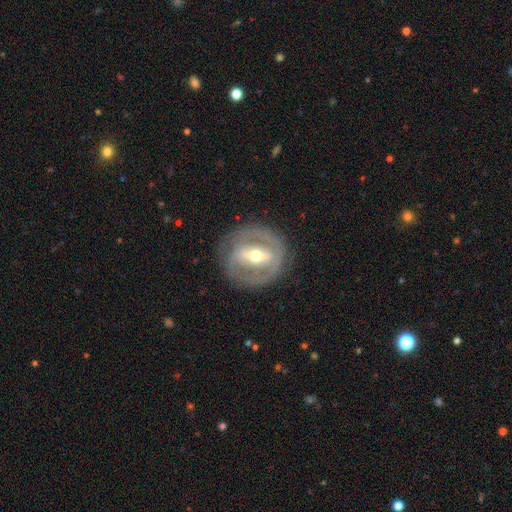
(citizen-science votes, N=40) Smooth or featured?
  - featured or disk: 75% *
  - smooth: 22%
  - star or artifact: 2%
Edge-on disk?
  - no: 97% *
  - yes: 3%
Bar?
  - strong: 52% *
  - weak: 28%
  - no: 21%
Spiral arms?
  - no: 79% *
  - yes: 21%
Bulge size?
  - moderate: 59% *
  - small: 34%
  - large: 7%
  - dominant: 0%
  - none: 0%
Merging?
  - none: 67% *
  - major disturbance: 18%
  - minor disturbance: 13%
  - merger: 3%